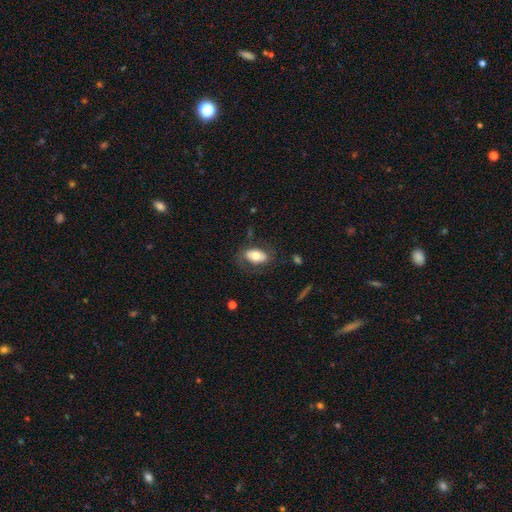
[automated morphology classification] smooth 68%, featured or disk 25%, star or artifact 7%. Down the decision tree: how rounded — in between (92%); merging — none (67%).